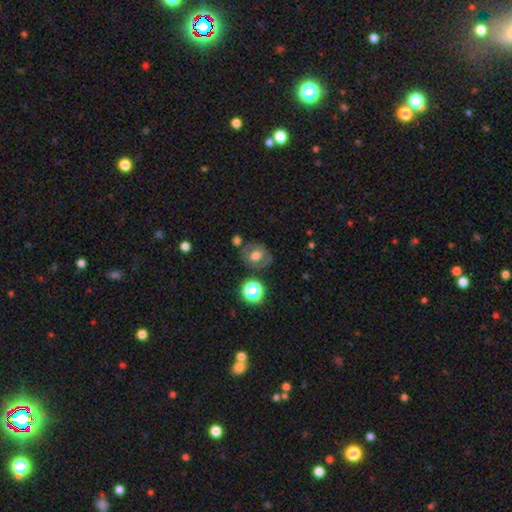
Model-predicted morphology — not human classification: smooth-or-featured: smooth: 51% | featured or disk: 37% | star or artifact: 12%
  how-rounded: round: 58% | in between: 41% | cigar-shaped: 1%
  merging: none: 70% | minor disturbance: 16% | merger: 7% | major disturbance: 7%